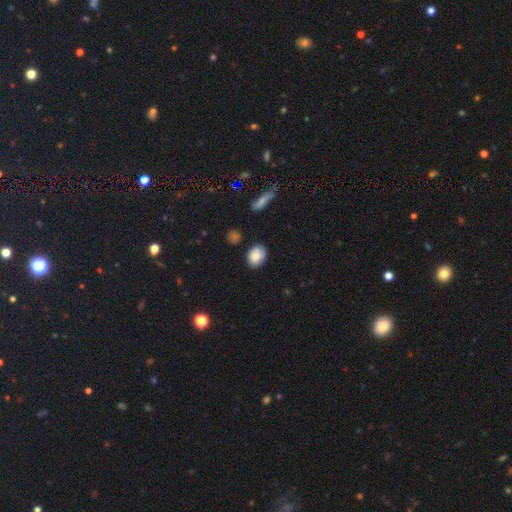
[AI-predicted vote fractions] Smooth or featured? Predicted: smooth (p=0.81). How rounded? Predicted: in between (p=0.68). Merging? Predicted: none (p=0.77).